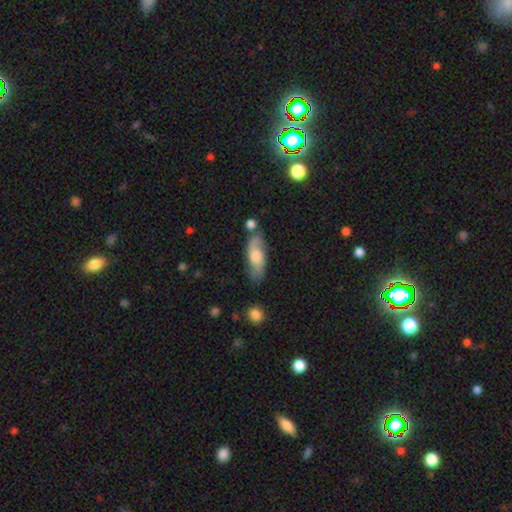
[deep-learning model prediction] smooth_or_featured: featured or disk (p=0.48) [alt: smooth p=0.45]
merging: none (p=0.65) [alt: minor disturbance p=0.21]